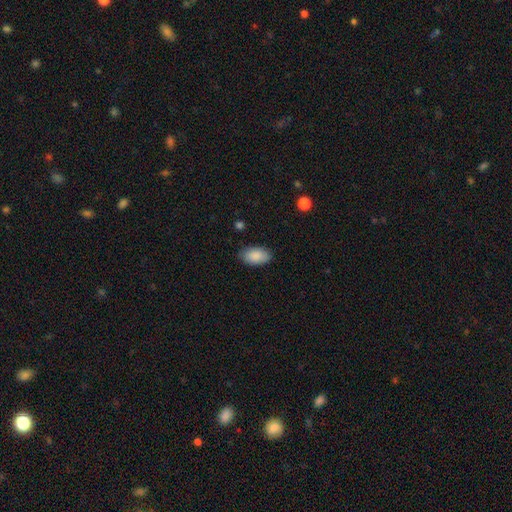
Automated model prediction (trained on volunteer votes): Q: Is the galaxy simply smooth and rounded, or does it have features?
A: smooth — 89%.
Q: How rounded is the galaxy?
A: in between — 94%.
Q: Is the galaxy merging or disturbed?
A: none — 84%.